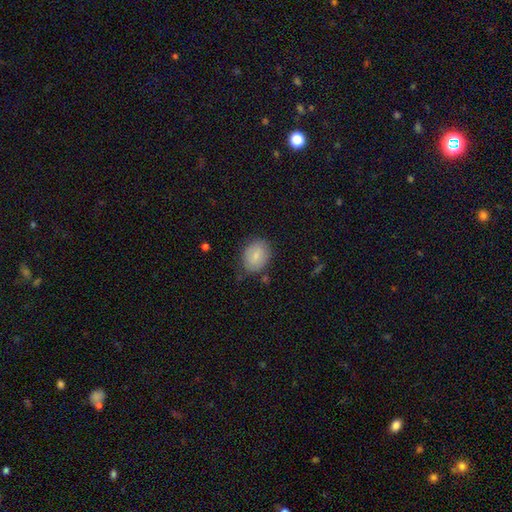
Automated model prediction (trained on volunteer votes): Smooth or featured: smooth — 78% (featured or disk — 15%)
How rounded: in between — 59% (round — 40%)
Merging: none — 74% (minor disturbance — 20%)